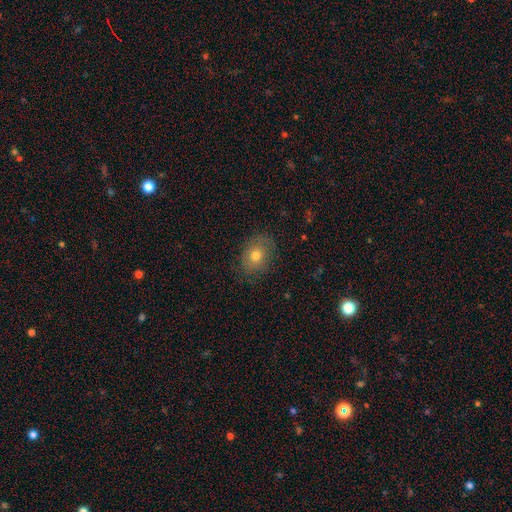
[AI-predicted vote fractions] This appears to be a smooth galaxy with no disk features (71%) that is in between round and cigar-shaped (60%). Merging: none (80%).